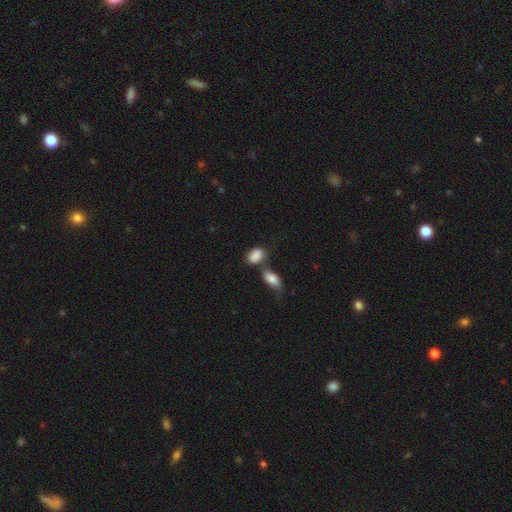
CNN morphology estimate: Smooth or featured?
  - smooth: 86% *
  - star or artifact: 8%
  - featured or disk: 7%
How rounded?
  - in between: 86% *
  - round: 11%
  - cigar-shaped: 2%
Merging?
  - merger: 41% *
  - none: 38%
  - minor disturbance: 15%
  - major disturbance: 6%